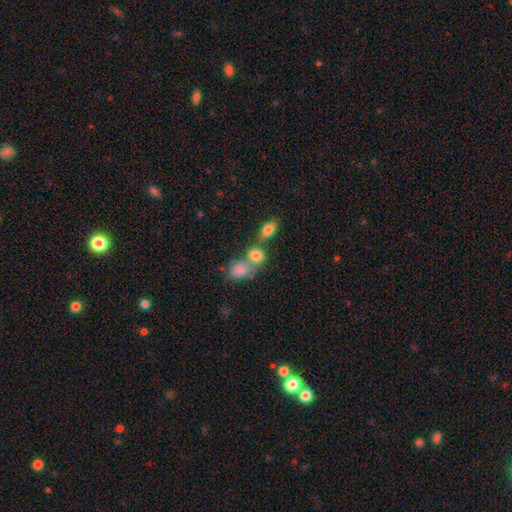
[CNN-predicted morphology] smooth 80%, star or artifact 10%, featured or disk 10%. Down the decision tree: how rounded — in between (51%); merging — merger (53%).